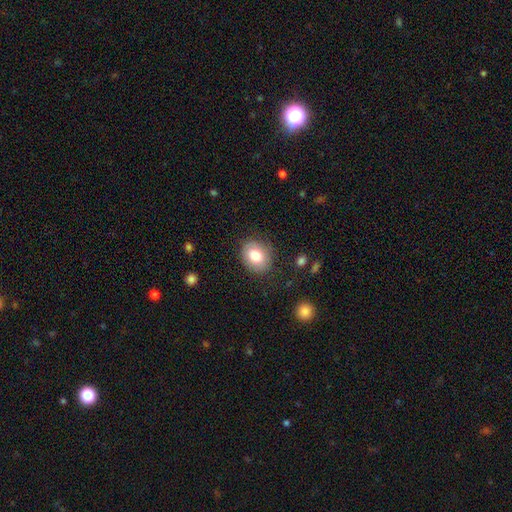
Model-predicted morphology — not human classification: smooth_or_featured: smooth (p=0.78) [alt: featured or disk p=0.14]
how_rounded: round (p=0.51) [alt: in between p=0.48]
merging: none (p=0.81) [alt: minor disturbance p=0.14]